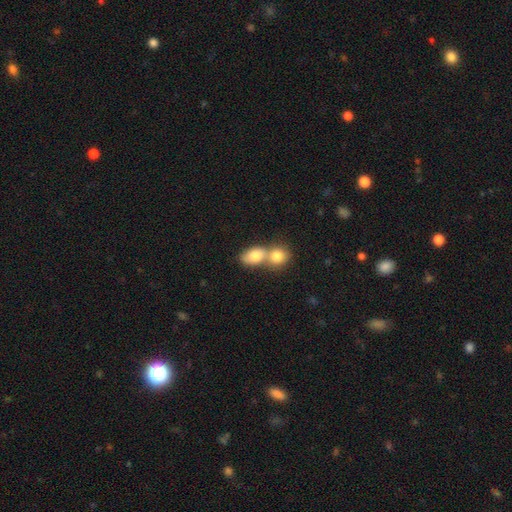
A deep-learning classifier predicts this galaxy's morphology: The model was most divided on "merging": merger: 66%, none: 25%, minor disturbance: 6%, major disturbance: 3%. More confident: smooth or featured — smooth (80%); how rounded — in between (70%).